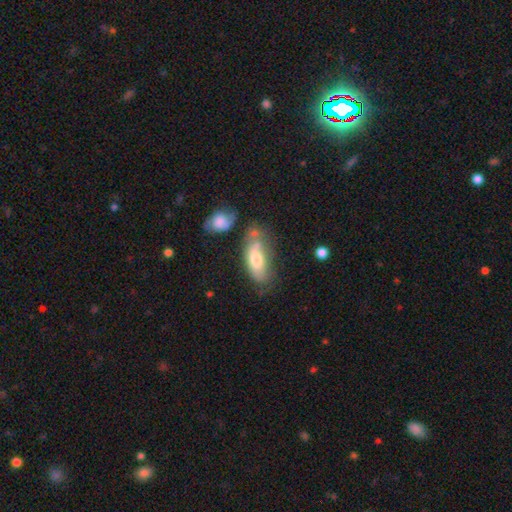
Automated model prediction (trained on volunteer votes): Smooth or featured? smooth (63%)
How rounded? in between (82%)
Merging? none (41%)